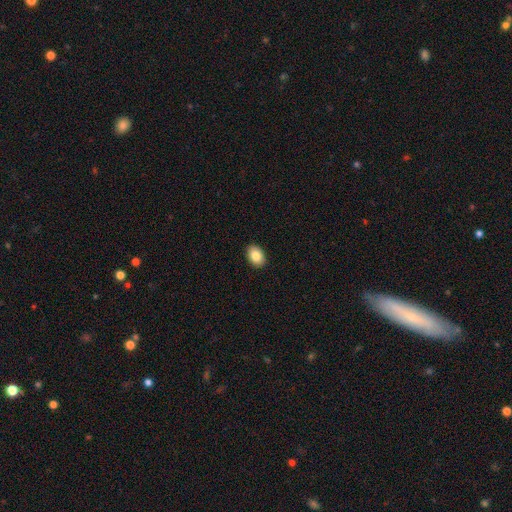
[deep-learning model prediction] Smooth or featured? smooth (85%)
How rounded? in between (84%)
Merging? none (91%)